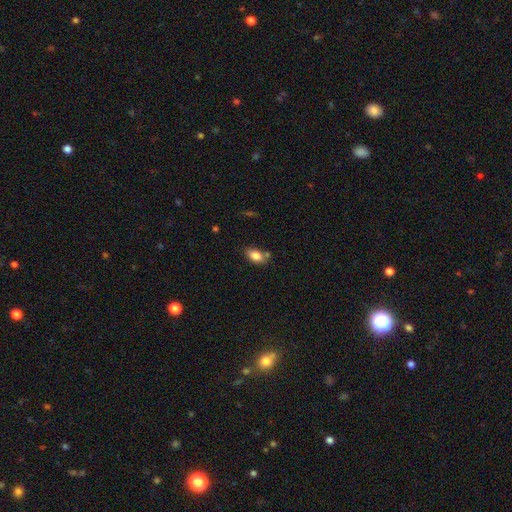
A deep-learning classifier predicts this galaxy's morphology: smooth-or-featured: smooth: 82% | featured or disk: 9% | star or artifact: 8%
  how-rounded: in between: 89% | round: 8% | cigar-shaped: 3%
  merging: none: 65% | minor disturbance: 17% | merger: 14% | major disturbance: 4%